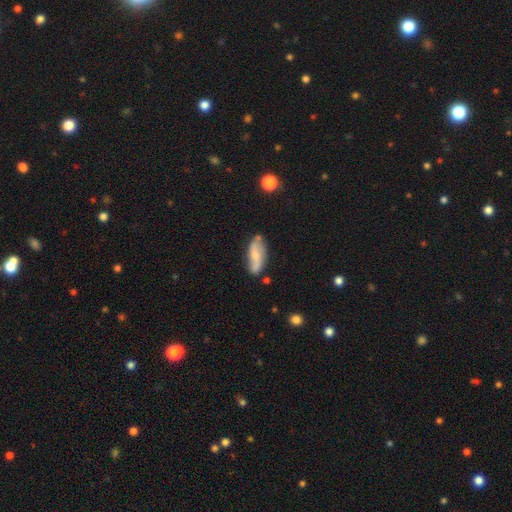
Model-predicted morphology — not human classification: A featured or disk galaxy (55%). Merging: none (69%).